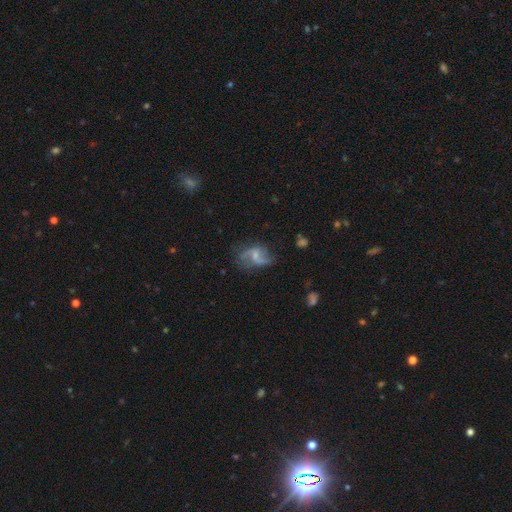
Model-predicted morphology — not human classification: The model was most divided on "bar": weak: 49%, no: 36%, strong: 15%. More confident: edge-on disk — no (97%); spiral arms — yes (87%); spiral arm count — 2 (82%); smooth or featured — featured or disk (72%); spiral winding — loose (72%); merging — none (52%); bulge size — small (51%).